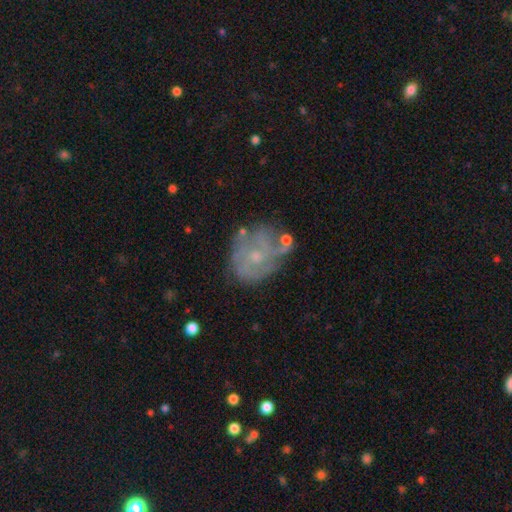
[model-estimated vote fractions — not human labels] Smooth or featured?
  - featured or disk: 65% *
  - smooth: 24%
  - star or artifact: 10%
Edge-on disk?
  - no: 97% *
  - yes: 3%
Bar?
  - no: 79% *
  - weak: 18%
  - strong: 3%
Spiral arms?
  - yes: 62% *
  - no: 38%
Bulge size?
  - small: 66% *
  - moderate: 27%
  - none: 5%
  - large: 1%
  - dominant: 1%
Merging?
  - none: 58% *
  - minor disturbance: 22%
  - major disturbance: 12%
  - merger: 8%